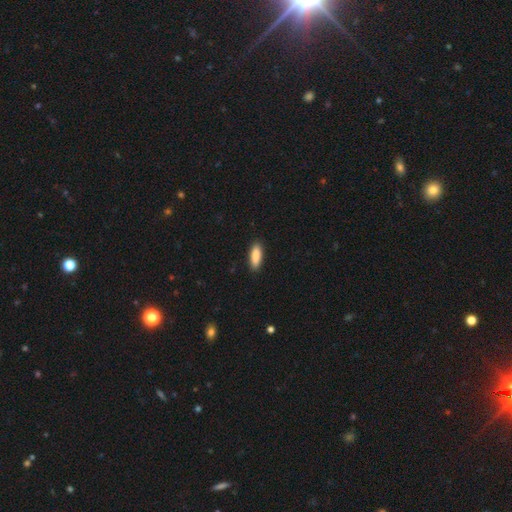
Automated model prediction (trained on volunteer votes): Morphology: type=smooth (88%); roundness=in between (61%); merging=none (89%).